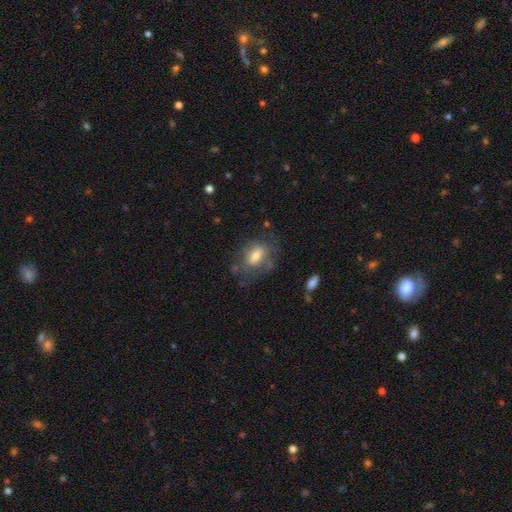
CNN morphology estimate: A smooth galaxy with no disk features (58%) that is in between round and cigar-shaped (80%).

Vote fractions:
- Smooth or featured? smooth: 58% / featured or disk: 34% / star or artifact: 9%
- How rounded? in between: 80% / round: 17% / cigar-shaped: 3%
- Merging? none: 55% / minor disturbance: 24% / major disturbance: 17% / merger: 4%